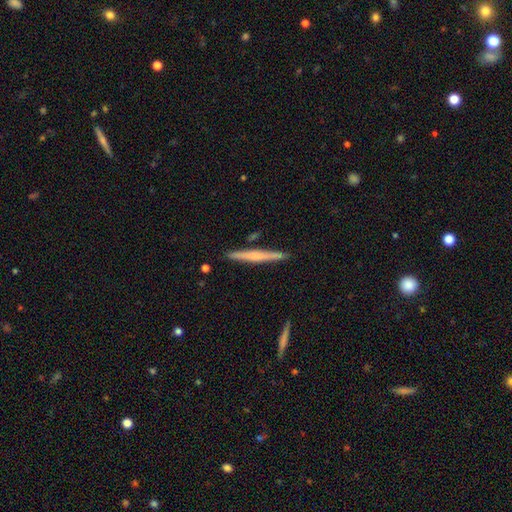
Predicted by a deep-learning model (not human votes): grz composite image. It shows a featured or disk galaxy (51%) viewed edge-on (98%) with no central bulge (53%). Merging: none (90%).